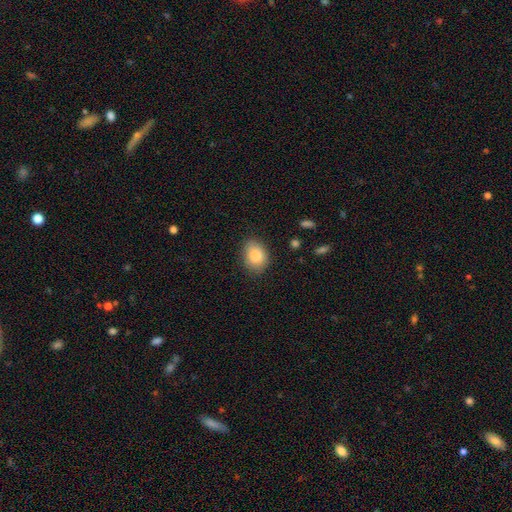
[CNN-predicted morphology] smooth 87%, star or artifact 7%, featured or disk 6%. Down the decision tree: how rounded — in between (67%); merging — none (80%).